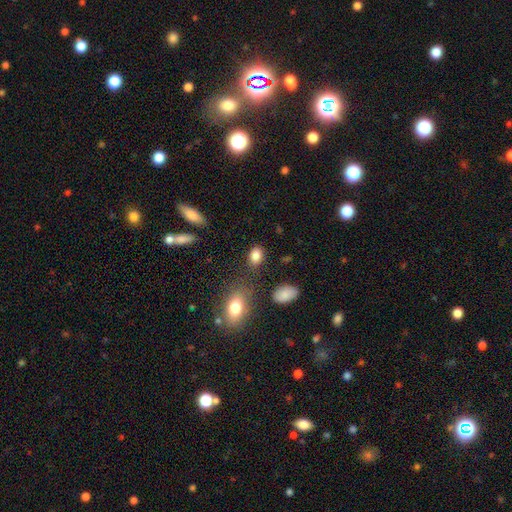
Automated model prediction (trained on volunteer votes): Smooth or featured?
  - smooth: 85% *
  - star or artifact: 9%
  - featured or disk: 6%
How rounded?
  - in between: 75% *
  - round: 23%
  - cigar-shaped: 2%
Merging?
  - none: 77% *
  - minor disturbance: 13%
  - merger: 5%
  - major disturbance: 4%